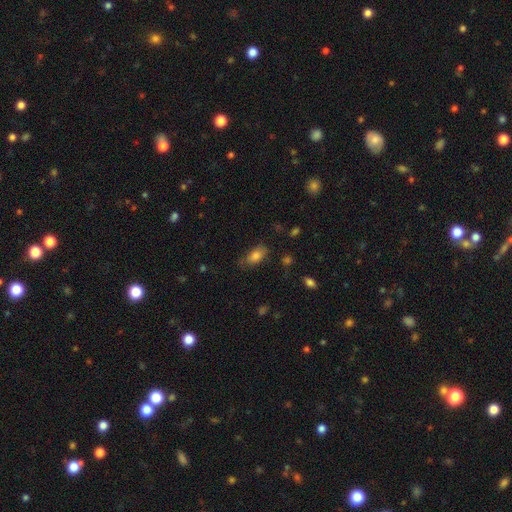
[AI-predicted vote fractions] Q: Smooth or featured?
A: smooth (81%); runner-up: featured or disk (10%)
Q: How rounded?
A: in between (89%); runner-up: cigar-shaped (7%)
Q: Merging?
A: none (70%); runner-up: minor disturbance (21%)